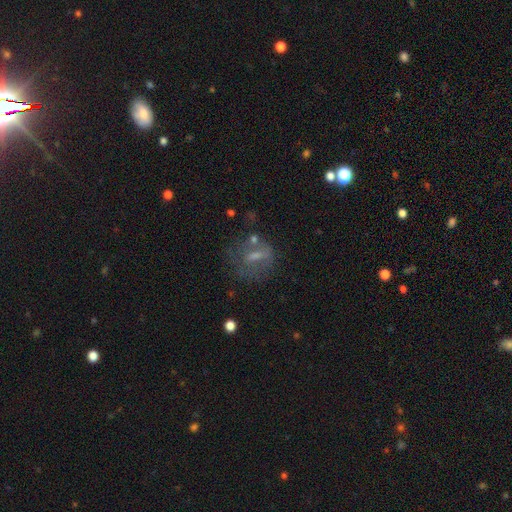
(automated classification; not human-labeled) Smooth or featured: featured or disk — 43% (smooth — 40%)
Merging: none — 51% (major disturbance — 22%)